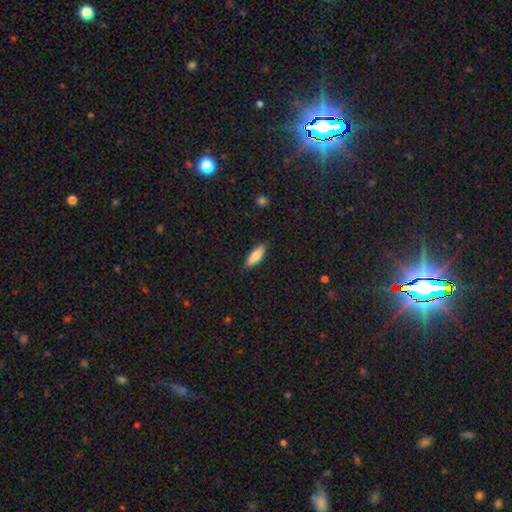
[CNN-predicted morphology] smooth-or-featured: smooth: 83% | featured or disk: 11% | star or artifact: 6%
  how-rounded: in between: 56% | cigar-shaped: 42% | round: 2%
  merging: none: 86% | minor disturbance: 11% | major disturbance: 2% | merger: 1%